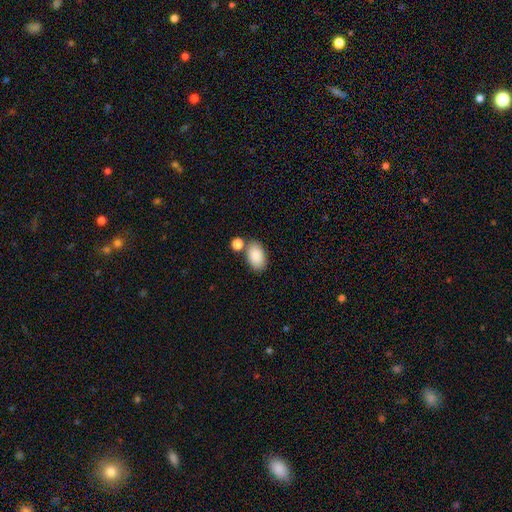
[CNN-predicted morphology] type=smooth (88%); roundness=in between (93%); merging=none (66%).